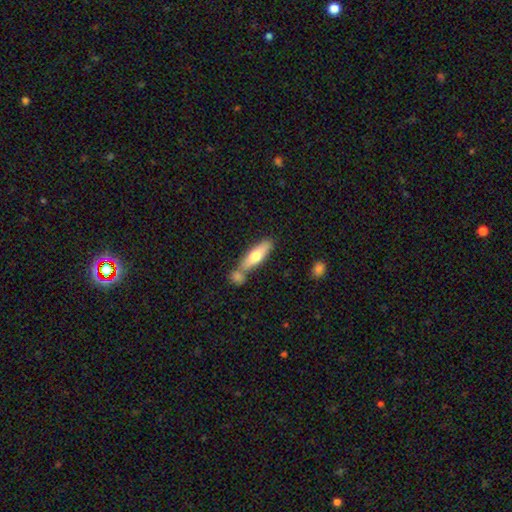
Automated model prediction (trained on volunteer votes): A smooth galaxy with no disk features (63%) that is cigar-shaped (60%).

Vote fractions:
- Smooth or featured? smooth: 63% / featured or disk: 32% / star or artifact: 5%
- How rounded? cigar-shaped: 60% / in between: 38% / round: 2%
- Merging? none: 59% / merger: 25% / minor disturbance: 12% / major disturbance: 3%